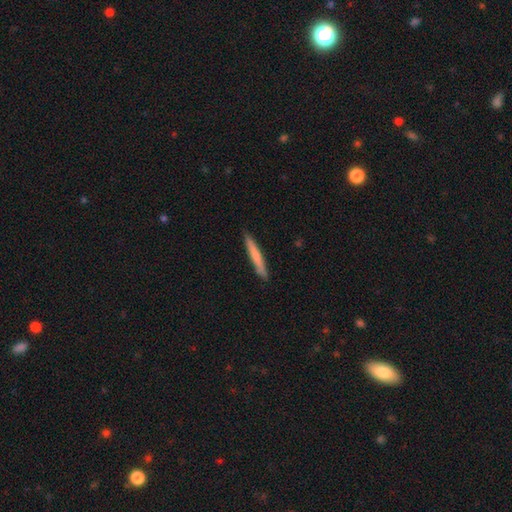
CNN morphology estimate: Smooth or featured? Predicted: smooth (p=0.71). How rounded? Predicted: cigar-shaped (p=0.96). Merging? Predicted: none (p=0.90).